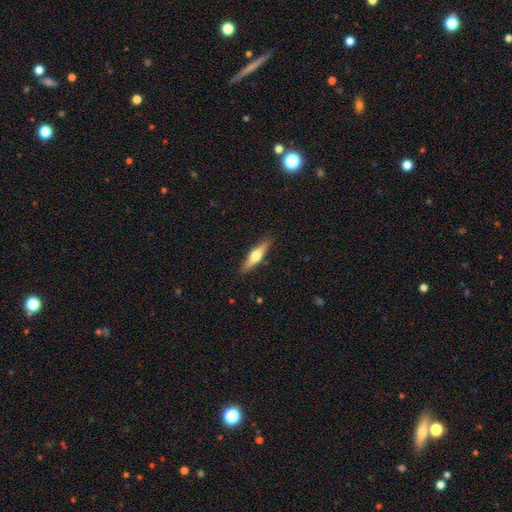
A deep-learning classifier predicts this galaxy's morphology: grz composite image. It shows a featured or disk galaxy (52%) viewed edge-on (94%). Merging: none (88%).